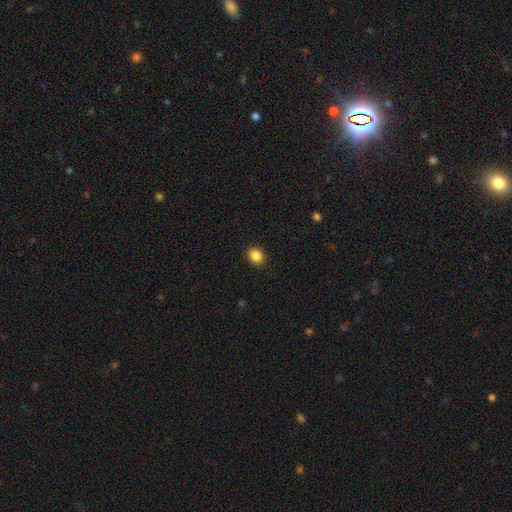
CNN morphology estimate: smooth 86%, star or artifact 10%, featured or disk 4%. Down the decision tree: how rounded — round (61%); merging — none (91%).